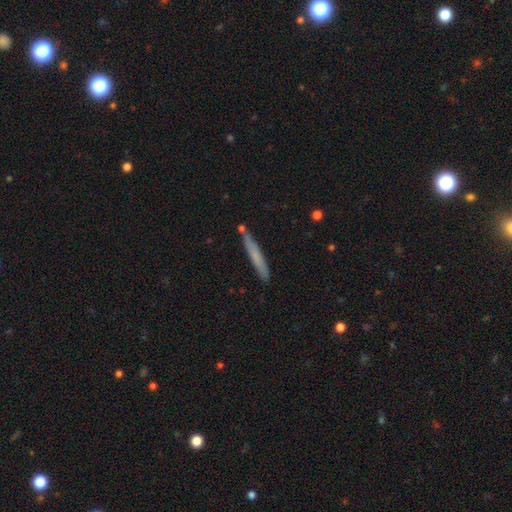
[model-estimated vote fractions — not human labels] smooth 62%, featured or disk 31%, star or artifact 7%. Down the decision tree: how rounded — cigar-shaped (96%); merging — none (82%).